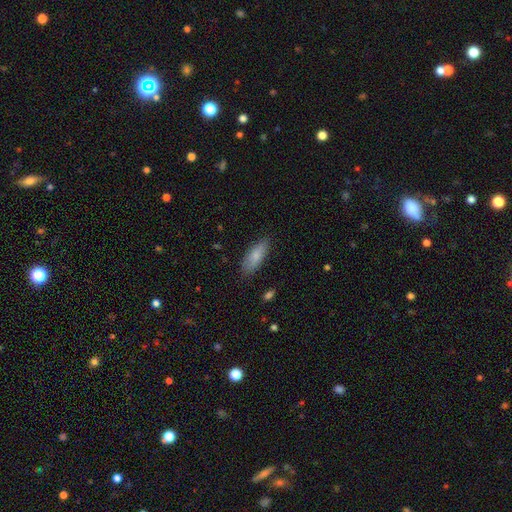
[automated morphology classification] smooth-or-featured: smooth: 81% | featured or disk: 12% | star or artifact: 6%
  how-rounded: in between: 69% | cigar-shaped: 29% | round: 2%
  merging: none: 83% | minor disturbance: 13% | major disturbance: 3% | merger: 1%